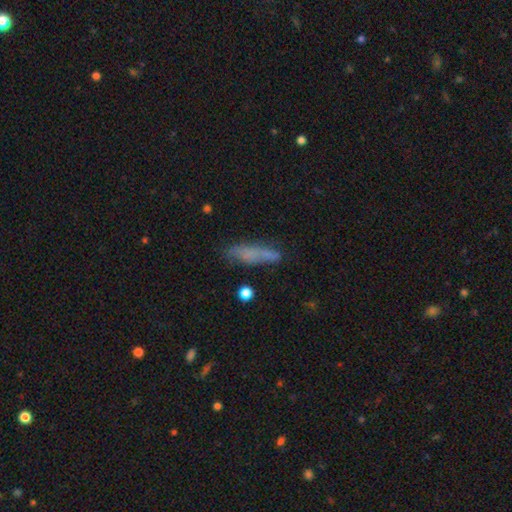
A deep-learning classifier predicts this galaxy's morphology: Smooth or featured: smooth — 62% (featured or disk — 25%)
How rounded: cigar-shaped — 78% (in between — 19%)
Merging: none — 72% (minor disturbance — 18%)